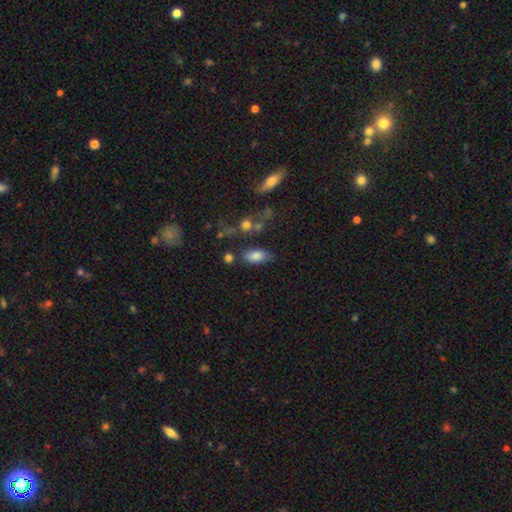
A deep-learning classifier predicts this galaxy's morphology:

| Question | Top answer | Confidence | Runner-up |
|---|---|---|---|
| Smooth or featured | smooth | 81% | featured or disk (11%) |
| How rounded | in between | 88% | cigar-shaped (7%) |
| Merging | none | 61% | minor disturbance (20%) |